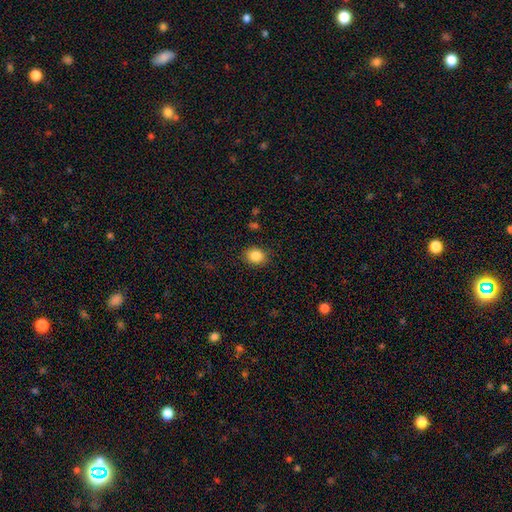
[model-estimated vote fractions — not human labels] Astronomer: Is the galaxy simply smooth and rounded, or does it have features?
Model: smooth — 86%.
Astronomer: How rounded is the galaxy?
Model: round — 58% (runner-up: in between, 41%).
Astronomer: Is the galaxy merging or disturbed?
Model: none — 87%.